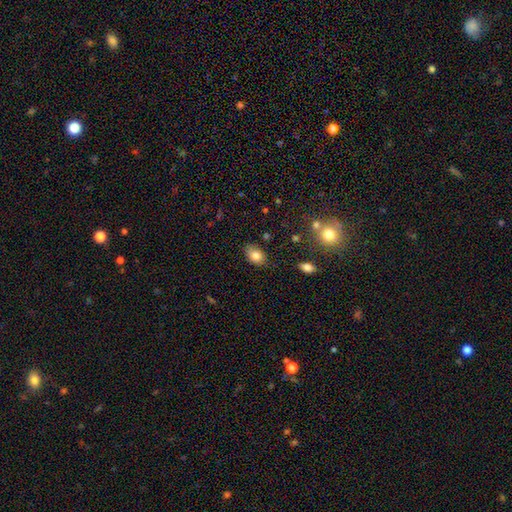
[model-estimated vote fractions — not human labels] This appears to be a smooth galaxy with no disk features (81%) that is in between round and cigar-shaped (80%). Merging: none (76%).